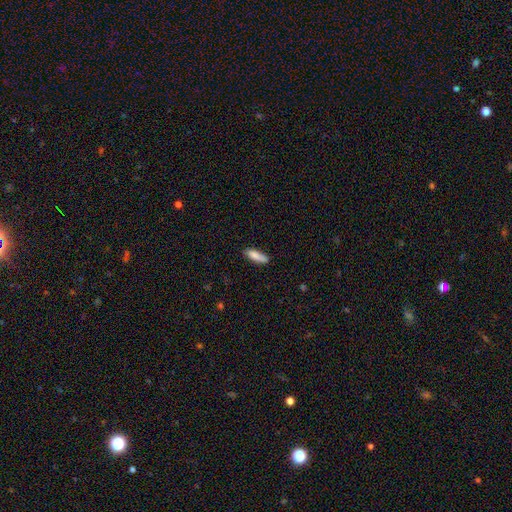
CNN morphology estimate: This is clearly a smooth galaxy (85%). How rounded: possibly cigar-shaped (53%). Merging: likely none (76%).